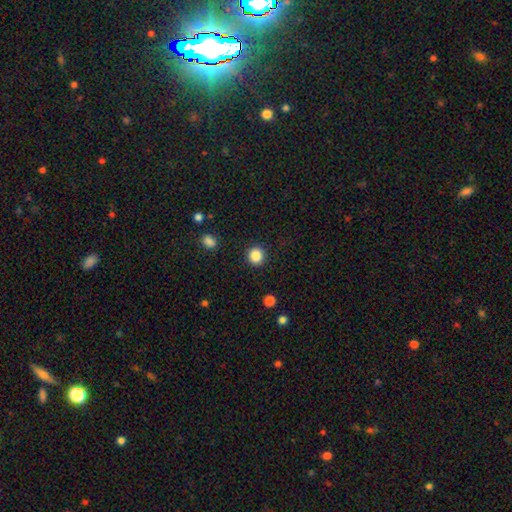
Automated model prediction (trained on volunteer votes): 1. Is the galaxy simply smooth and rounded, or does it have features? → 86% smooth, 11% star or artifact, 4% featured or disk.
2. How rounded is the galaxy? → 89% round, 10% in between, 1% cigar-shaped.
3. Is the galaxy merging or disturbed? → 91% none, 6% minor disturbance, 2% major disturbance, 1% merger.